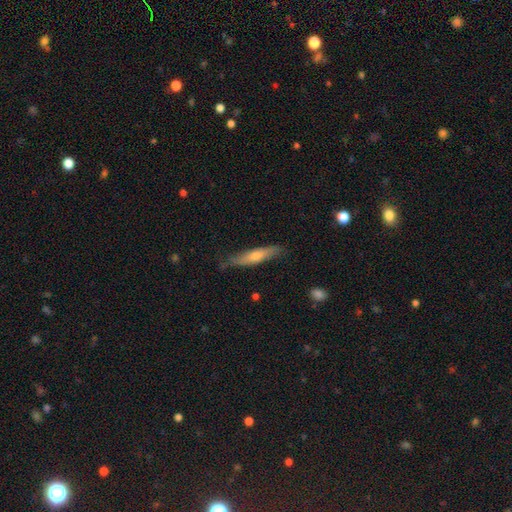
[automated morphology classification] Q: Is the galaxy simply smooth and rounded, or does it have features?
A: smooth — 50%.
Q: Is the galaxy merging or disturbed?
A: none — 80%.